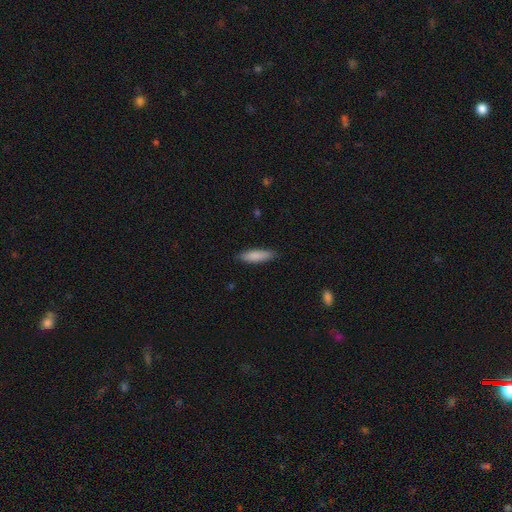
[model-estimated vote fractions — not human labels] Smooth or featured? Predicted: smooth (p=0.85). How rounded? Predicted: cigar-shaped (p=0.63). Merging? Predicted: none (p=0.87).